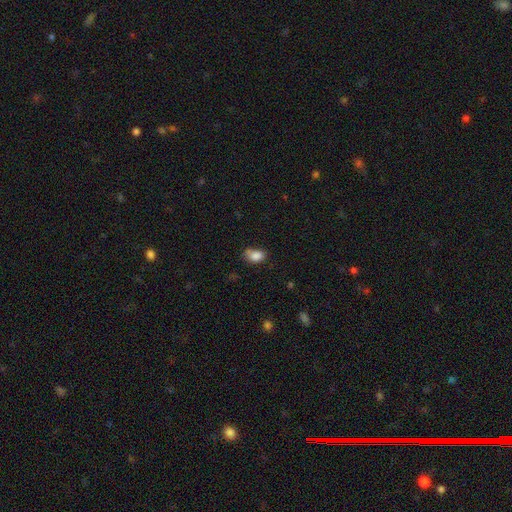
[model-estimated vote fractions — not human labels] smooth_or_featured: smooth (p=0.84) [alt: star or artifact p=0.10]
how_rounded: in between (p=0.81) [alt: round p=0.18]
merging: none (p=0.50) [alt: minor disturbance p=0.30]